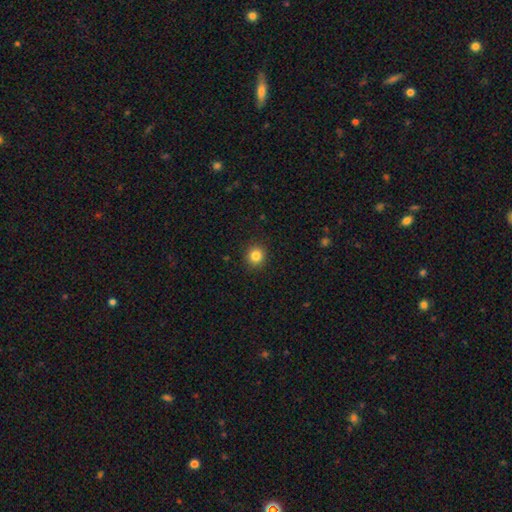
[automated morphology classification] The model was most divided on "smooth or featured": smooth: 84%, star or artifact: 11%, featured or disk: 5%. More confident: merging — none (91%); how rounded — round (89%).